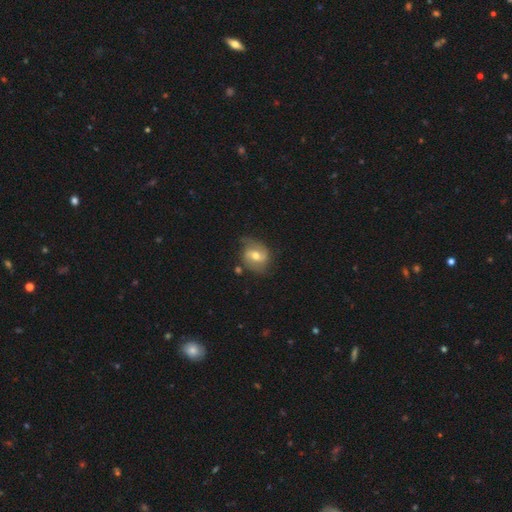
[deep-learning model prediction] The model was most divided on "bar": weak: 48%, no: 27%, strong: 26%. More confident: edge-on disk — no (96%); spiral arms — yes (81%); bulge size — moderate (71%); merging — none (67%); smooth or featured — featured or disk (63%).